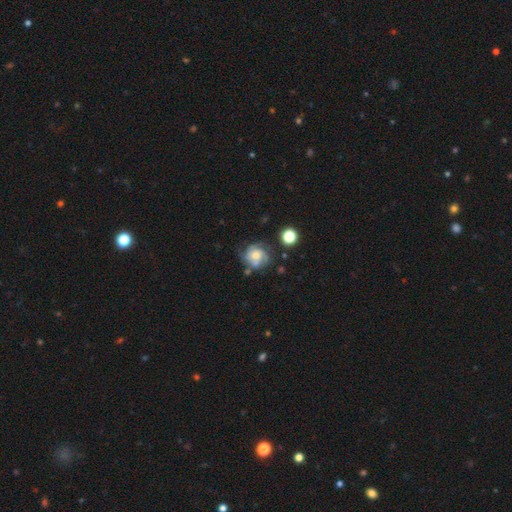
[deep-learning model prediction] The model was most divided on "spiral arm count": 3: 35%, can't tell: 27%, 4: 15%, 2: 13%, 1: 5%, more than 4: 5%. More confident: edge-on disk — no (98%); spiral arms — yes (88%); bar — no (76%); smooth or featured — featured or disk (66%); merging — none (63%); bulge size — moderate (54%); spiral winding — tight (51%).